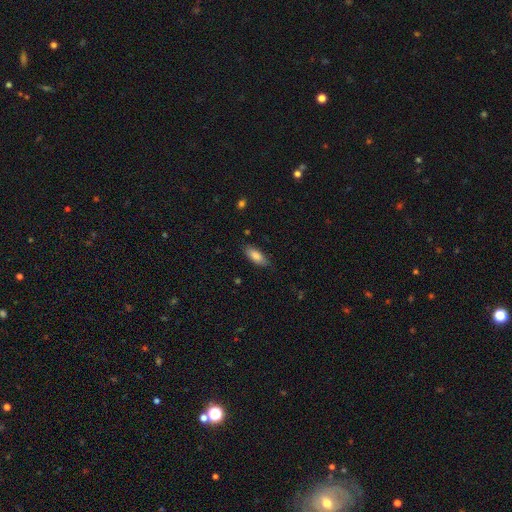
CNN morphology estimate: This is clearly a smooth galaxy (82%). How rounded: likely in between (76%). Merging: likely none (79%).